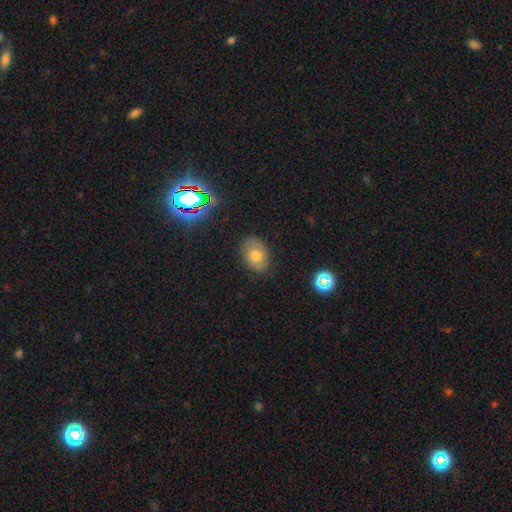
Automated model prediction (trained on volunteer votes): The model was most divided on "smooth or featured": smooth: 72%, featured or disk: 16%, star or artifact: 12%. More confident: merging — none (82%); how rounded — in between (79%).